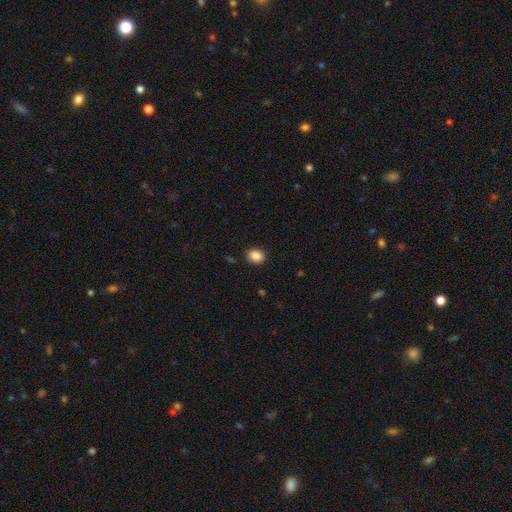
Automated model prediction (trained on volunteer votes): The model was most divided on "how rounded": in between: 55%, round: 44%, cigar-shaped: 1%. More confident: smooth or featured — smooth (88%); merging — none (88%).